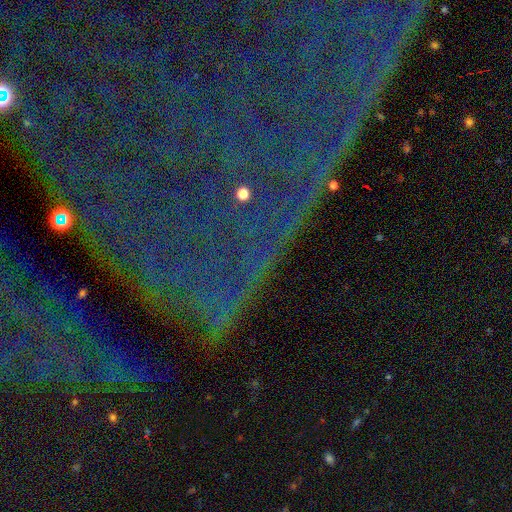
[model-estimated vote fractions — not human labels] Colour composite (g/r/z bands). It shows a star or artifact, not a galaxy (83%).